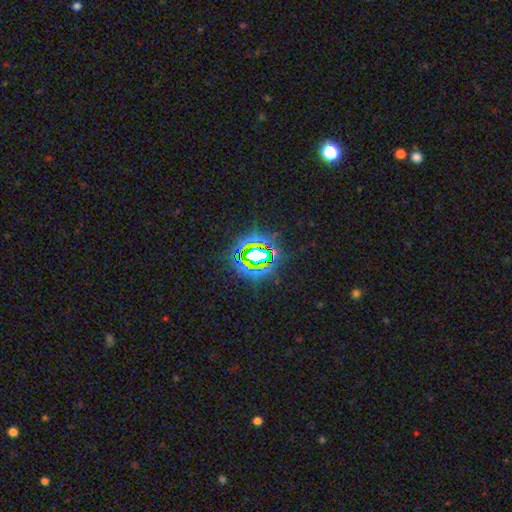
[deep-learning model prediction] The model was most divided on "smooth or featured": star or artifact: 77%, smooth: 13%, featured or disk: 11%.